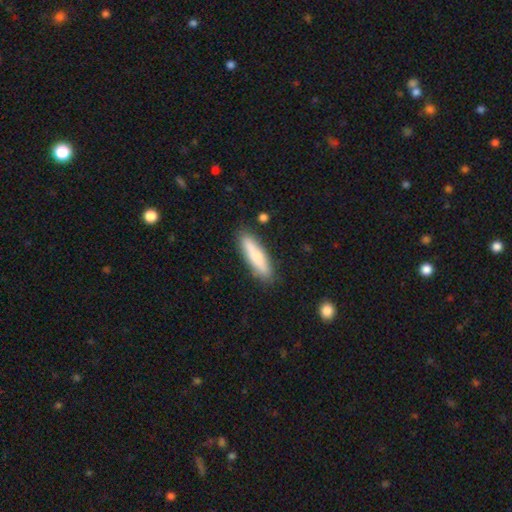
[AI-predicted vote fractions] Smooth or featured? smooth (75%)
How rounded? cigar-shaped (75%)
Merging? none (85%)